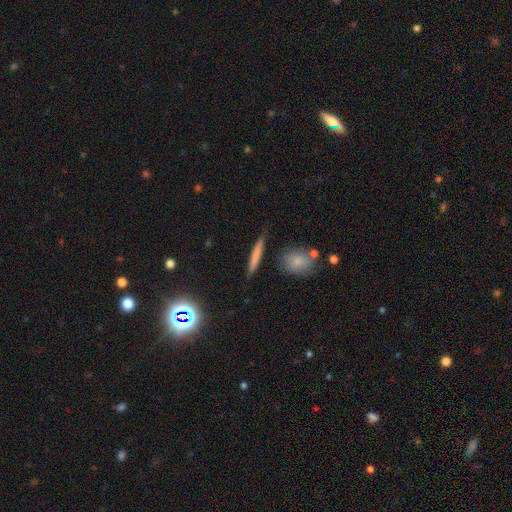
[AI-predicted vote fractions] smooth_or_featured: smooth (p=0.68) [alt: featured or disk p=0.25]
how_rounded: cigar-shaped (p=0.91) [alt: in between p=0.06]
merging: none (p=0.83) [alt: minor disturbance p=0.11]